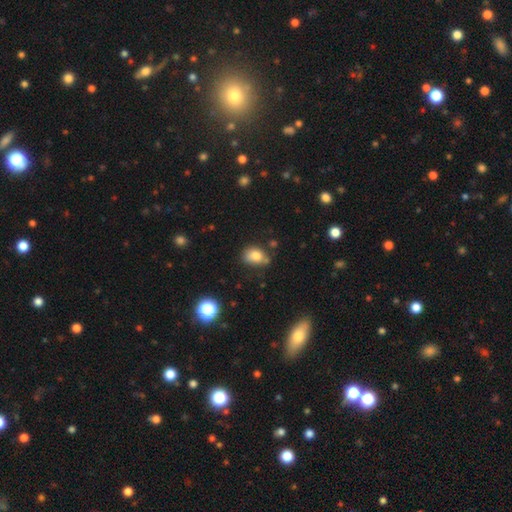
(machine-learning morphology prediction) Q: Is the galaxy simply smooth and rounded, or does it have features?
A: smooth — 79%.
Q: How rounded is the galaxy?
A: in between — 63%.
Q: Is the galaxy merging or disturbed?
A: none — 61%.